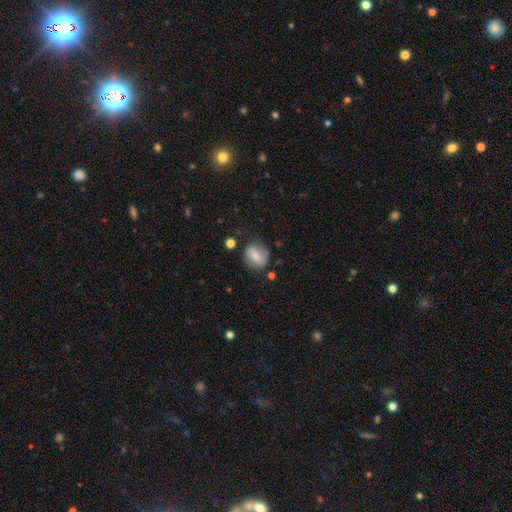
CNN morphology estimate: type=smooth (65%); roundness=in between (52%); merging=none (67%).